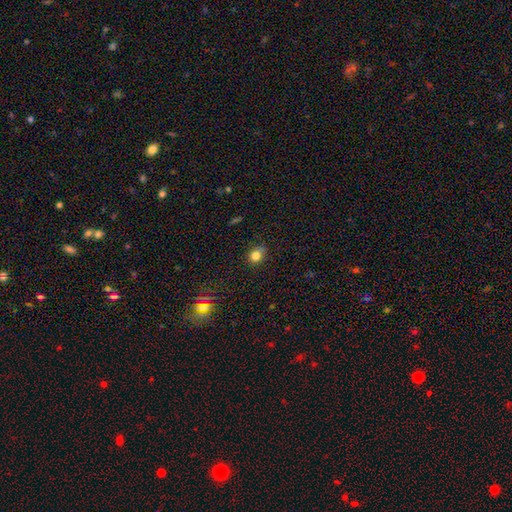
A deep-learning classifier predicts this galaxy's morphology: smooth-or-featured: smooth: 78% | star or artifact: 15% | featured or disk: 7%
  how-rounded: round: 68% | in between: 31% | cigar-shaped: 1%
  merging: none: 75% | minor disturbance: 19% | major disturbance: 4% | merger: 2%